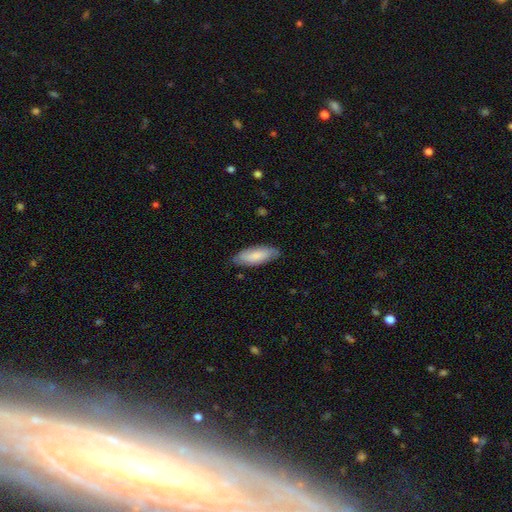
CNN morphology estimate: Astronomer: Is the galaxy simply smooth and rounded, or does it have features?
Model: smooth — 77%.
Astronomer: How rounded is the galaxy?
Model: in between — 67%.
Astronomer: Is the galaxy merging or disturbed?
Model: none — 80%.